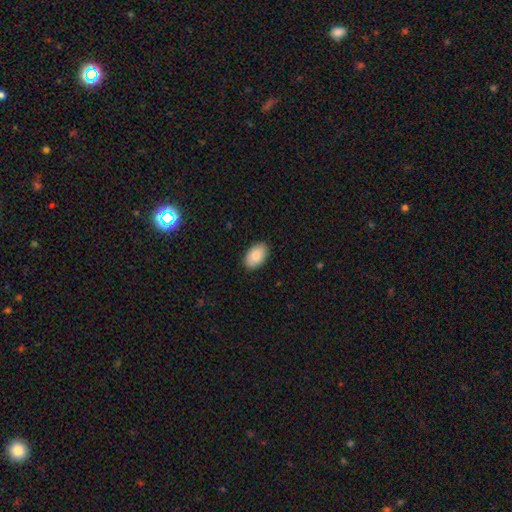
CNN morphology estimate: A smooth galaxy with no disk features (88%) that is in between round and cigar-shaped (94%). Merging: none (89%).